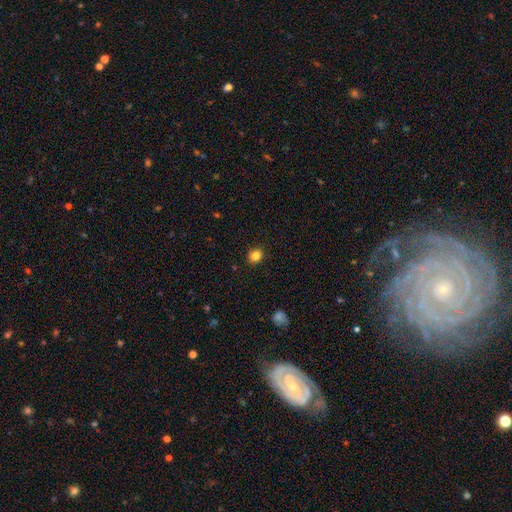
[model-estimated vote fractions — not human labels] A smooth galaxy with no disk features (85%) that is round (68%). Merging: none (90%).